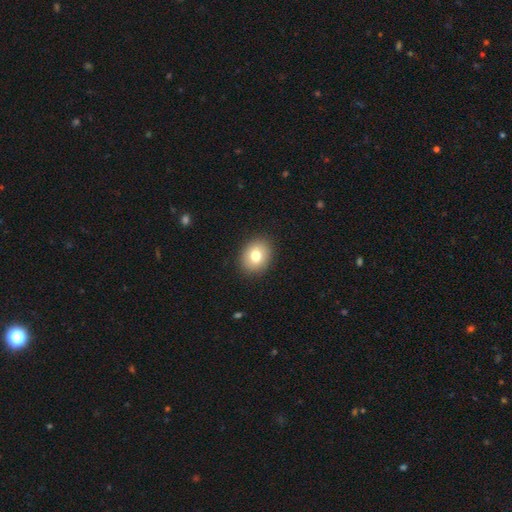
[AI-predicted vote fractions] A smooth galaxy with no disk features (77%) that is round (52%). Merging: none (90%).